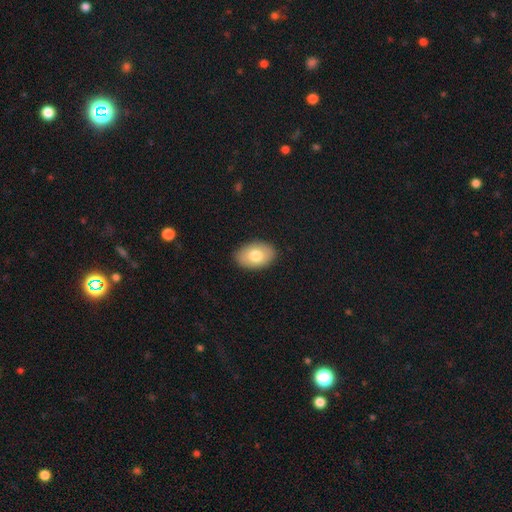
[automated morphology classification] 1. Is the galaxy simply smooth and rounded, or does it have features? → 77% smooth, 17% featured or disk, 6% star or artifact.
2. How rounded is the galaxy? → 89% in between, 10% round, 1% cigar-shaped.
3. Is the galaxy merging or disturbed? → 88% none, 9% minor disturbance, 2% major disturbance, 1% merger.